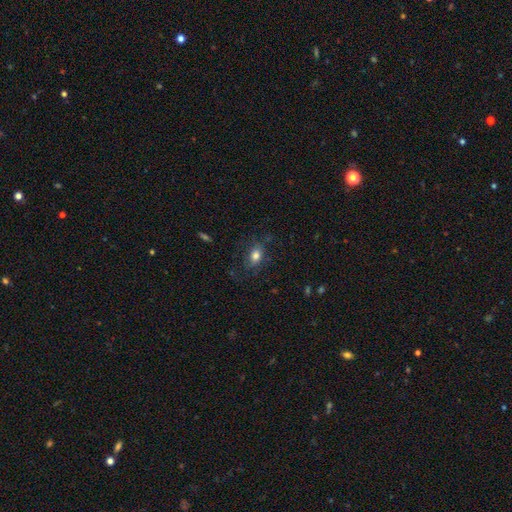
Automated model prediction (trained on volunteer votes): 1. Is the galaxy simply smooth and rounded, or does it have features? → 77% smooth, 13% featured or disk, 10% star or artifact.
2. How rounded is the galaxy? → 80% in between, 17% round, 3% cigar-shaped.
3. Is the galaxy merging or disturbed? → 72% none, 19% minor disturbance, 8% major disturbance, 2% merger.